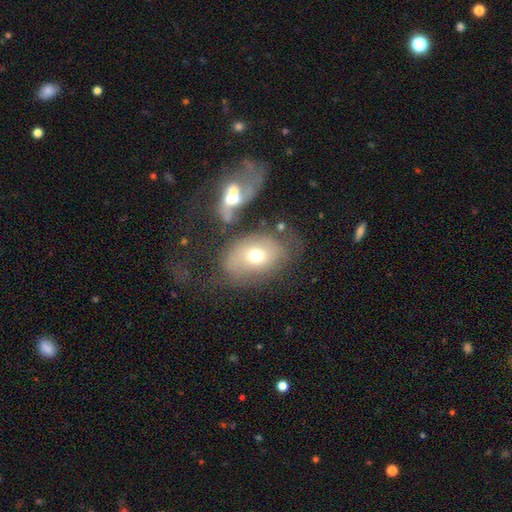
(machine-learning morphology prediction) A smooth galaxy with no disk features (58%) that is in between round and cigar-shaped (68%). Merging: none (41%).